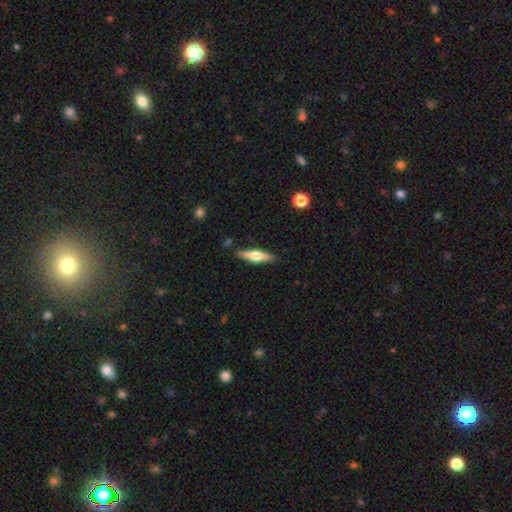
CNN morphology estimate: This is possibly a featured or disk galaxy (50%). It is clearly viewed edge-on (94%). Merging: clearly none (86%).